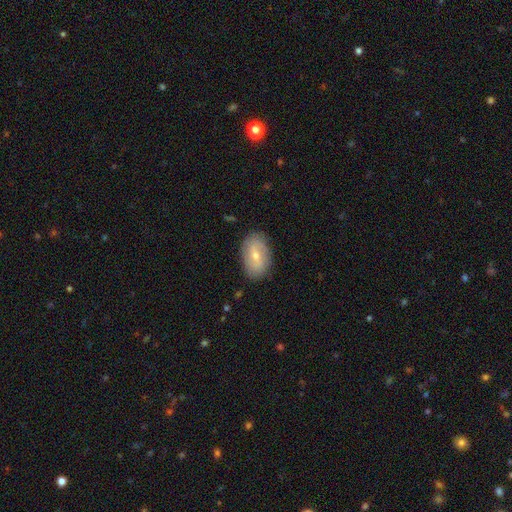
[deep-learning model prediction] smooth_or_featured: smooth (p=0.48) [alt: featured or disk p=0.45]
merging: none (p=0.82) [alt: minor disturbance p=0.13]